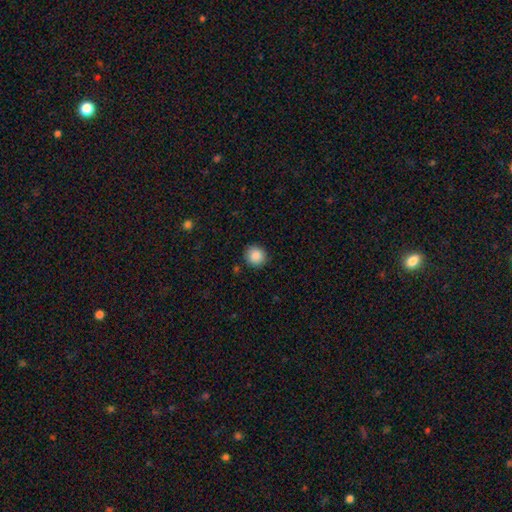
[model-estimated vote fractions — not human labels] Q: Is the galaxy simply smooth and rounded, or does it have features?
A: smooth — 88%.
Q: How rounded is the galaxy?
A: round — 91%.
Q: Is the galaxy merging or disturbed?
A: none — 89%.